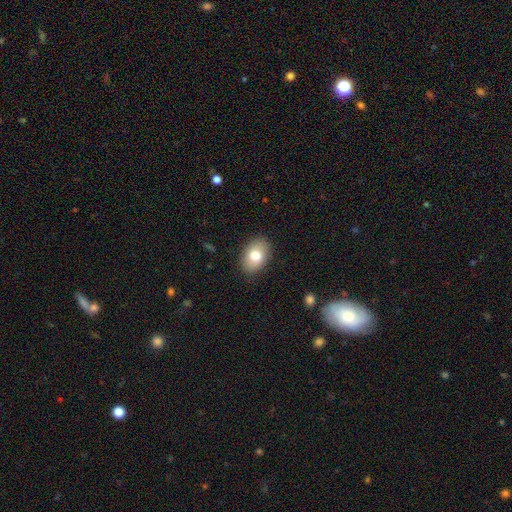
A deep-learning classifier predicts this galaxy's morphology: smooth-or-featured: smooth: 79% | featured or disk: 14% | star or artifact: 7%
  how-rounded: in between: 85% | round: 14% | cigar-shaped: 1%
  merging: none: 87% | minor disturbance: 10% | major disturbance: 3% | merger: 1%